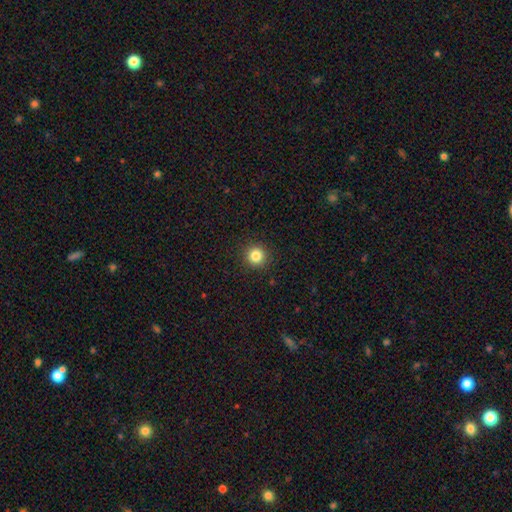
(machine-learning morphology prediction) This appears to be a smooth galaxy with no disk features (84%) that is round (94%). Merging: none (92%).